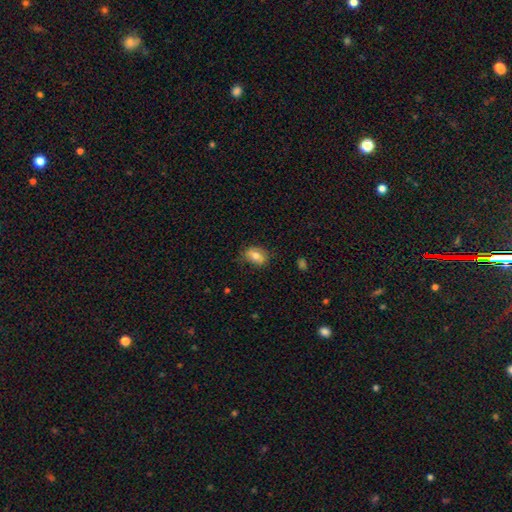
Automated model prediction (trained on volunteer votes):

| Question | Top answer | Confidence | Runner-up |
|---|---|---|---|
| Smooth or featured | smooth | 75% | featured or disk (17%) |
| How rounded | in between | 78% | round (20%) |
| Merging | none | 73% | minor disturbance (21%) |